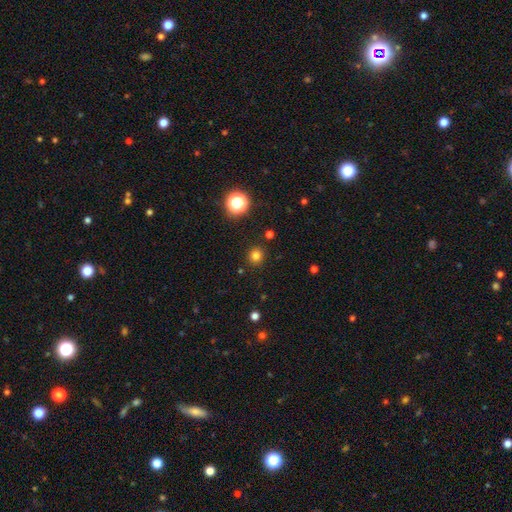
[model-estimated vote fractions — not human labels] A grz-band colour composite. It shows a smooth galaxy with no disk features (79%) that is round (92%). Merging: none (90%).